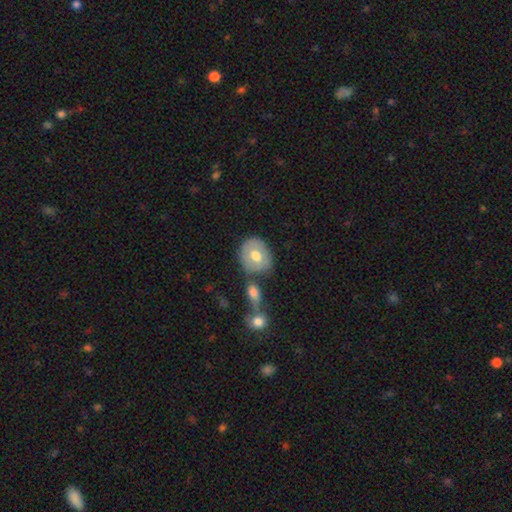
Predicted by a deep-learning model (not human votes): smooth_or_featured: smooth (p=0.60) [alt: featured or disk p=0.34]
how_rounded: round (p=0.65) [alt: in between p=0.34]
merging: none (p=0.67) [alt: minor disturbance p=0.15]